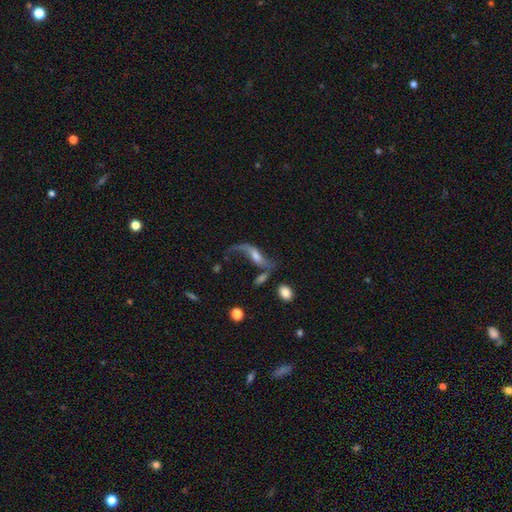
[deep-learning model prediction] Smooth or featured? Predicted: featured or disk (p=0.76). Edge-on disk? Predicted: no (p=0.81). Bar? Predicted: no (p=0.45). Spiral arms? Predicted: yes (p=0.88). Spiral winding? Predicted: loose (p=0.93). Spiral arm count? Predicted: 2 (p=0.81). Bulge size? Predicted: moderate (p=0.46). Merging? Predicted: none (p=0.44).